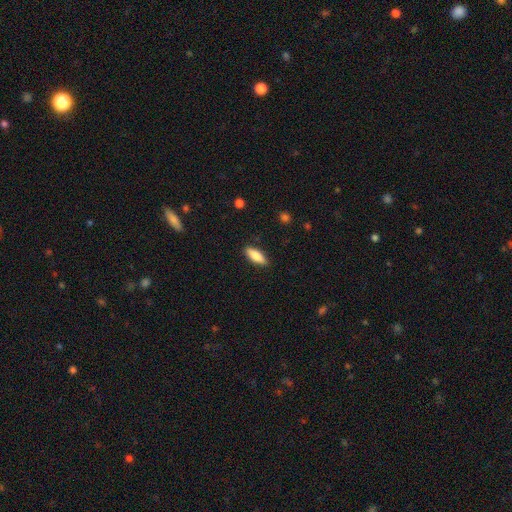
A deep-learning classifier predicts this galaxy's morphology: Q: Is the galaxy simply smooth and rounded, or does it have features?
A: smooth — 77%.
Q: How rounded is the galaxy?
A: in between — 60%.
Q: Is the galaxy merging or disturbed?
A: none — 89%.